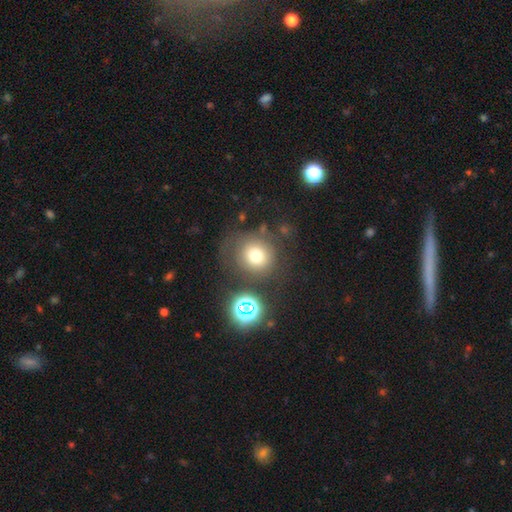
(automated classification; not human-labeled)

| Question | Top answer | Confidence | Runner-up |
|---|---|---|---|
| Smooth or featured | smooth | 71% | star or artifact (15%) |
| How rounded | round | 87% | in between (12%) |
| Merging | none | 66% | minor disturbance (15%) |